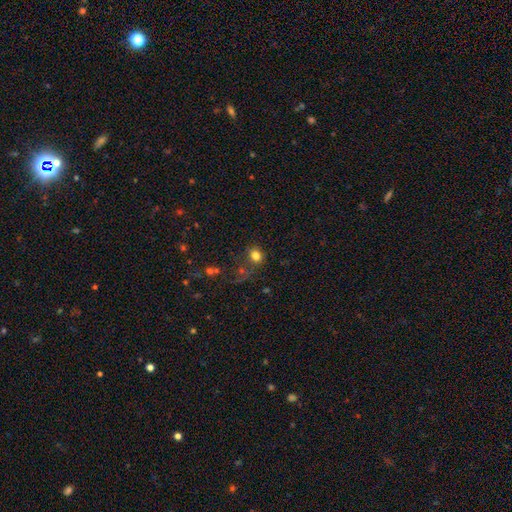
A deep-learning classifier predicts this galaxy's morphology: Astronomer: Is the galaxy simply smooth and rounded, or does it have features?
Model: smooth — 78%.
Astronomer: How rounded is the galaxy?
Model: round — 75%.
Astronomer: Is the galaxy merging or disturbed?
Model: none — 72%.